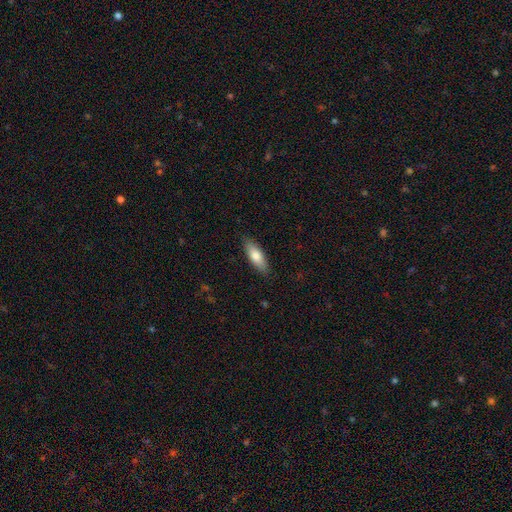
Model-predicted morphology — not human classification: type=smooth (75%); roundness=in between (65%); merging=none (87%).